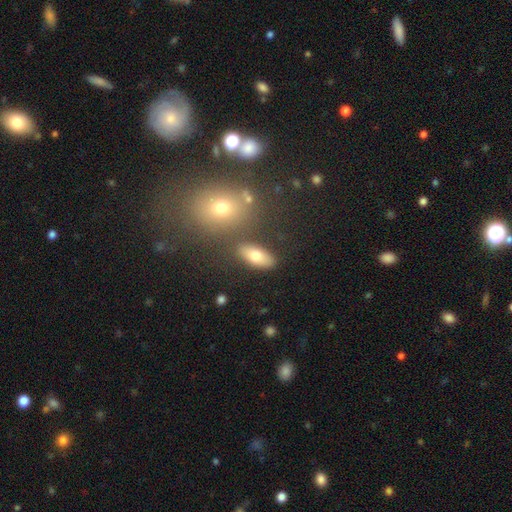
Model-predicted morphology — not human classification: Smooth or featured? smooth (74%)
How rounded? in between (85%)
Merging? none (79%)